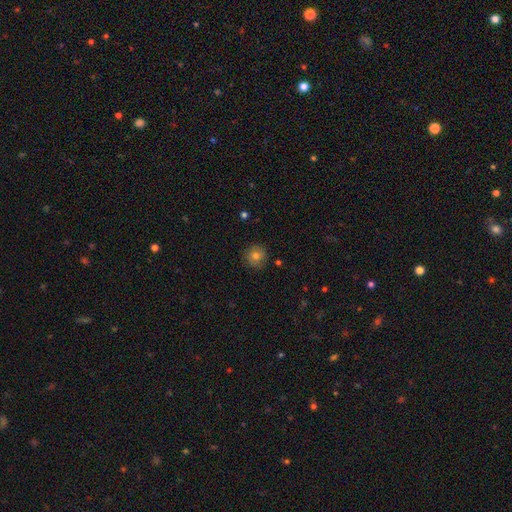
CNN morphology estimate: smooth 77%, star or artifact 11%, featured or disk 11%. Down the decision tree: how rounded — round (94%); merging — none (87%).